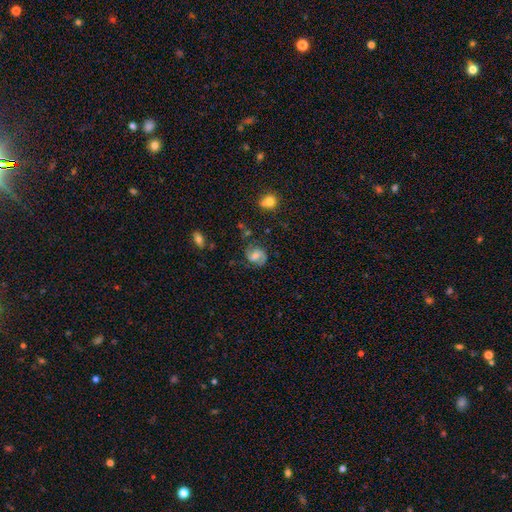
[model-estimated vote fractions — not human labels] This appears to be a featured or disk galaxy (73%) with a weak bar (47%), 2 (88%) medium (53%) spiral arms (94%) and a moderate central bulge (49%). Merging: none (72%).